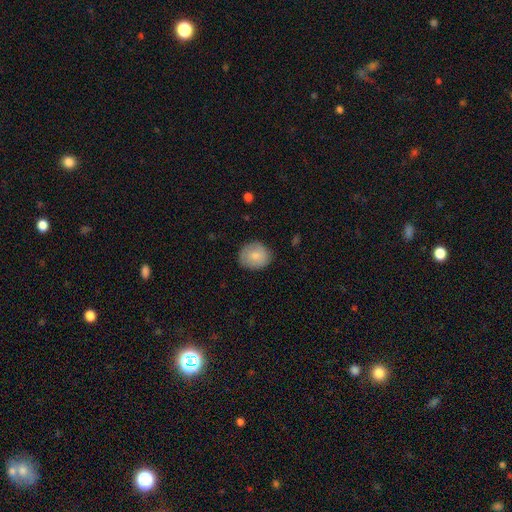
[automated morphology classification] A smooth galaxy with no disk features (79%) that is round (76%).

Vote fractions:
- Smooth or featured? smooth: 79% / featured or disk: 15% / star or artifact: 7%
- How rounded? round: 76% / in between: 23% / cigar-shaped: 1%
- Merging? none: 79% / minor disturbance: 17% / major disturbance: 3% / merger: 1%